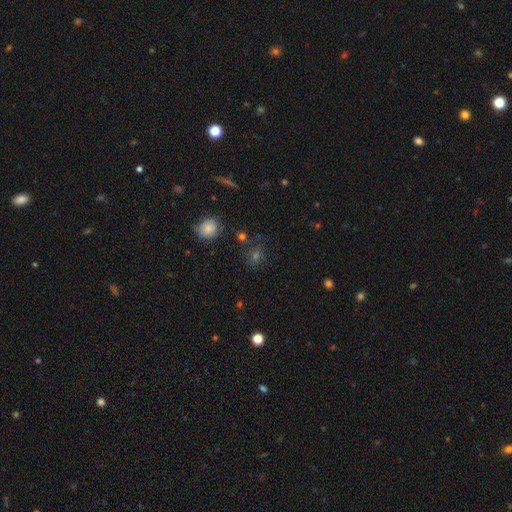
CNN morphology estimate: Overall: smooth (45%; star or artifact 42%). Merging: none (77%).